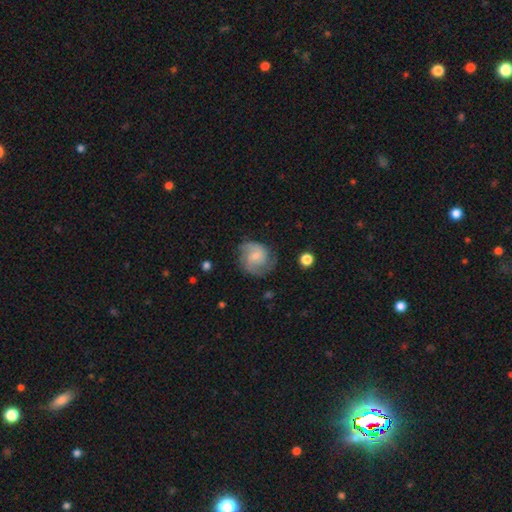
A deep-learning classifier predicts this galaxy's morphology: A featured or disk galaxy (64%) with no bar (56%), 2 (60%) medium (47%) spiral arms (91%) and a small central bulge (55%). Merging: none (67%).